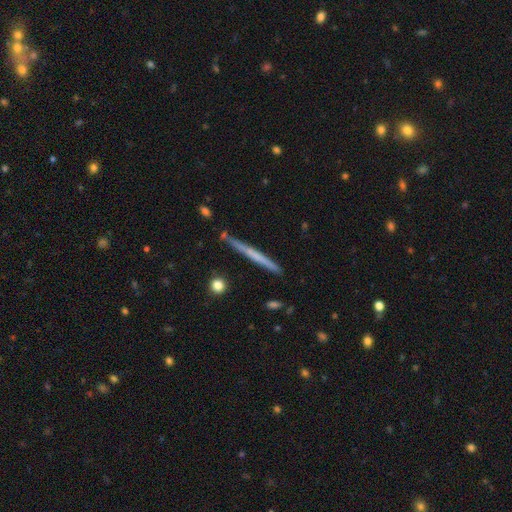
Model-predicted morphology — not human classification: Smooth or featured? featured or disk (50%)
Edge-on disk? yes (97%)
Merging? none (87%)